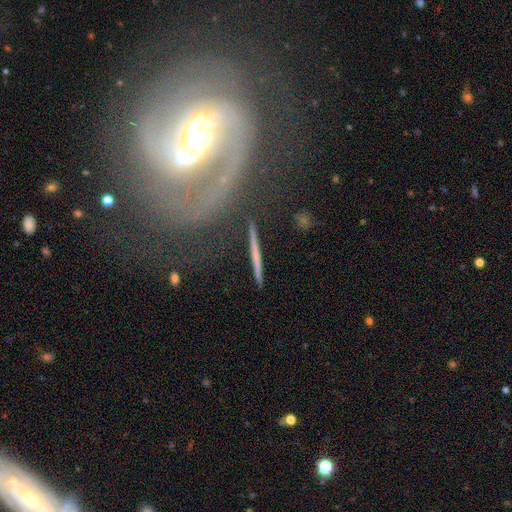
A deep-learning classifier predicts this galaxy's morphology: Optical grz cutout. It shows a featured or disk galaxy (55%) viewed edge-on (83%). Merging: none (84%).